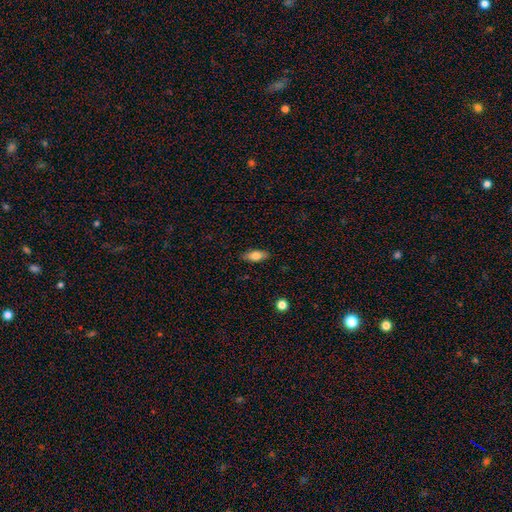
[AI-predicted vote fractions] Morphology: type=smooth (75%); roundness=in between (78%); merging=none (87%).